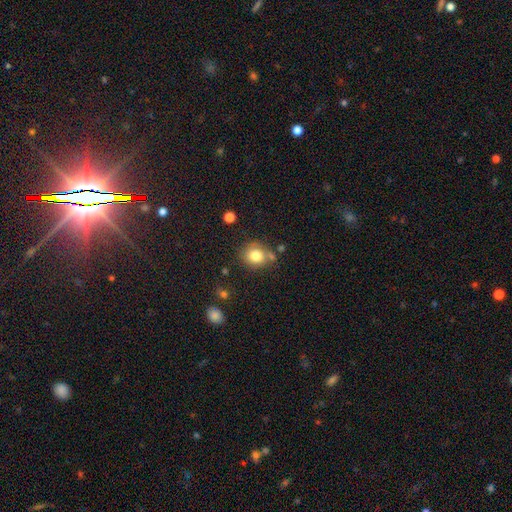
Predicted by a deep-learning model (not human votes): smooth_or_featured: smooth (p=0.81) [alt: star or artifact p=0.10]
how_rounded: round (p=0.78) [alt: in between p=0.21]
merging: none (p=0.68) [alt: minor disturbance p=0.17]